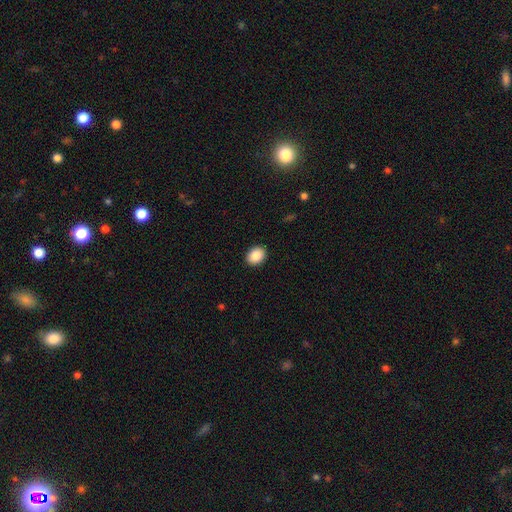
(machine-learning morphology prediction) smooth-or-featured: smooth: 88% | star or artifact: 8% | featured or disk: 5%
  how-rounded: in between: 61% | round: 38% | cigar-shaped: 1%
  merging: none: 91% | minor disturbance: 7% | major disturbance: 2% | merger: 1%